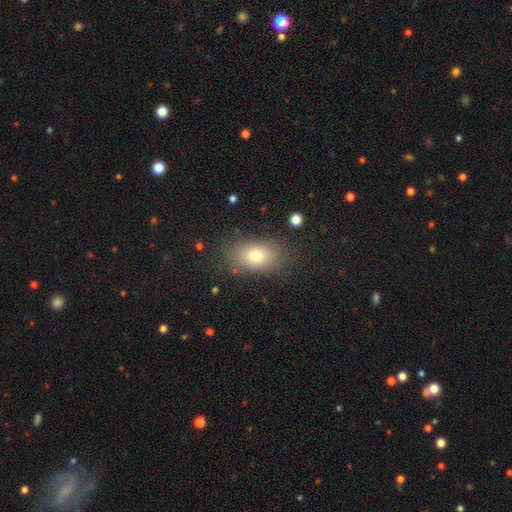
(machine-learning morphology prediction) smooth 76%, featured or disk 14%, star or artifact 11%. Down the decision tree: how rounded — in between (83%); merging — none (82%).